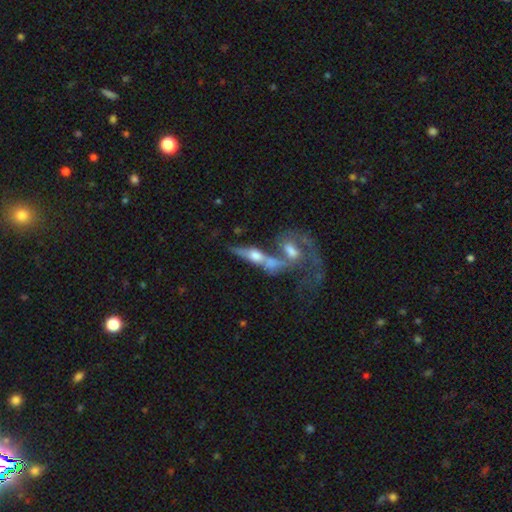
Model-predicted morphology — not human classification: A featured or disk galaxy (63%) viewed edge-on (62%).

Vote fractions:
- Smooth or featured? featured or disk: 63% / smooth: 28% / star or artifact: 9%
- Edge-on disk? yes: 62% / no: 38%
- Merging? merger: 56% / none: 23% / major disturbance: 11% / minor disturbance: 10%